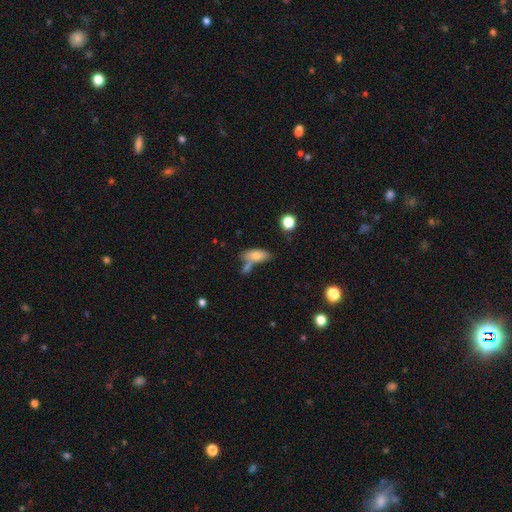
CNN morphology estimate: smooth-or-featured: smooth: 62% | featured or disk: 25% | star or artifact: 13%
  how-rounded: in between: 73% | cigar-shaped: 21% | round: 6%
  merging: none: 53% | merger: 25% | minor disturbance: 16% | major disturbance: 6%